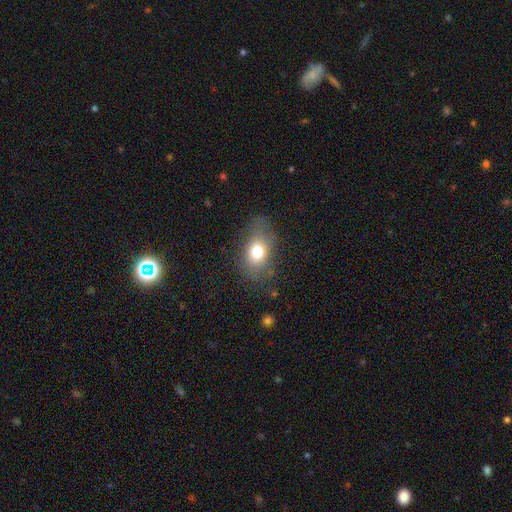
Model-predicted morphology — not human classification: A smooth galaxy with no disk features (74%) that is in between round and cigar-shaped (76%).

Vote fractions:
- Smooth or featured? smooth: 74% / featured or disk: 15% / star or artifact: 11%
- How rounded? in between: 76% / round: 22% / cigar-shaped: 2%
- Merging? none: 64% / minor disturbance: 22% / major disturbance: 12% / merger: 2%